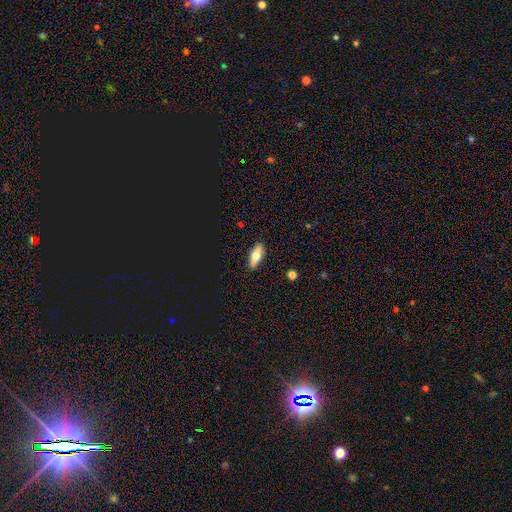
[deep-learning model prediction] Smooth or featured? Predicted: smooth (p=0.68). How rounded? Predicted: in between (p=0.61). Merging? Predicted: none (p=0.88).